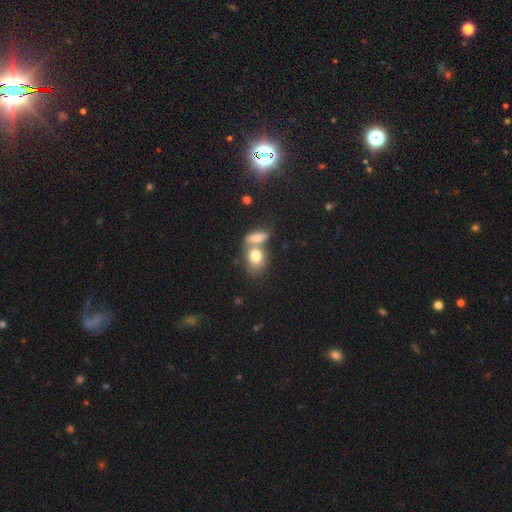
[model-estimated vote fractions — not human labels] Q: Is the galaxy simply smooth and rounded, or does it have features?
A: smooth — 77%.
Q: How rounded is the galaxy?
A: in between — 68%.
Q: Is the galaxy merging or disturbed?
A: merger — 57%.